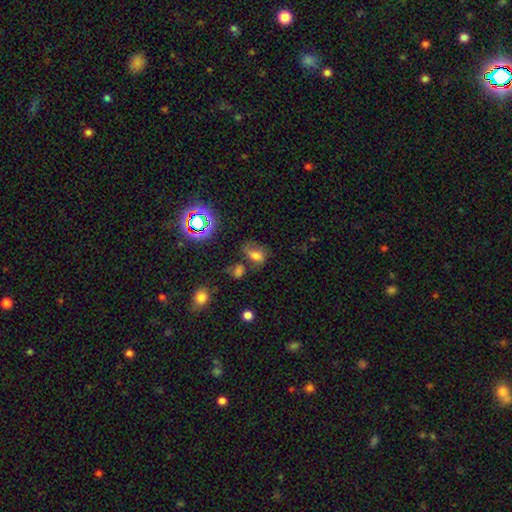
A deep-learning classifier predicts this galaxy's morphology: type=smooth (53%); roundness=in between (74%); merging=none (42%).